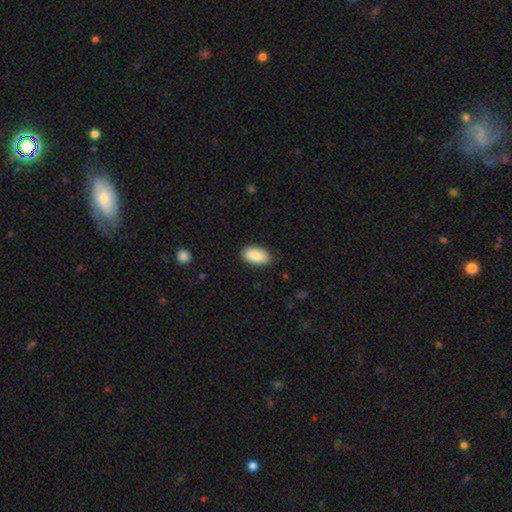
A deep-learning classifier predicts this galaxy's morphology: A smooth galaxy with no disk features (88%) that is in between round and cigar-shaped (94%). Merging: none (87%).